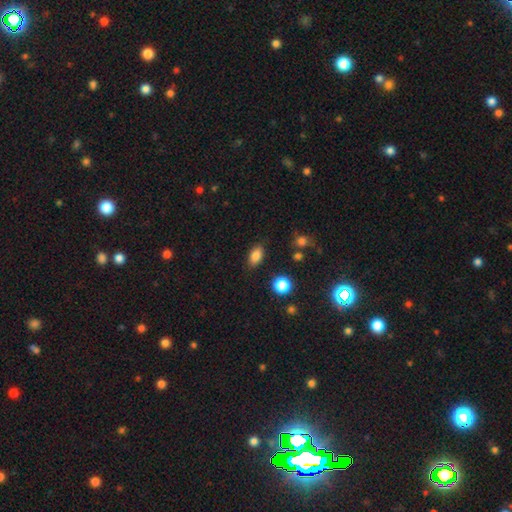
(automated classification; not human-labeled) Smooth or featured: smooth — 84% (star or artifact — 10%)
How rounded: in between — 87% (round — 9%)
Merging: none — 85% (minor disturbance — 10%)